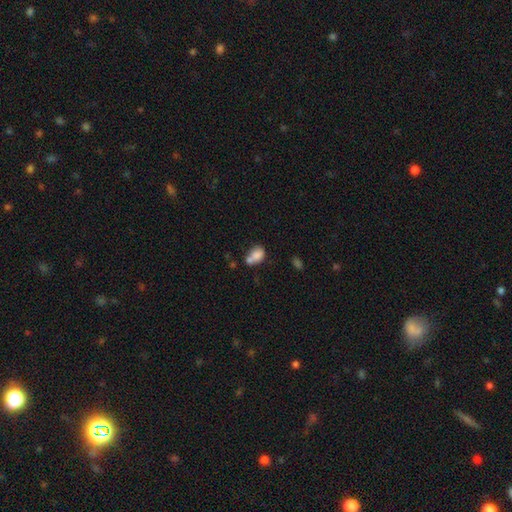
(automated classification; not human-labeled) smooth_or_featured: smooth (p=0.80) [alt: featured or disk p=0.10]
how_rounded: in between (p=0.73) [alt: round p=0.26]
merging: merger (p=0.44) [alt: none p=0.33]